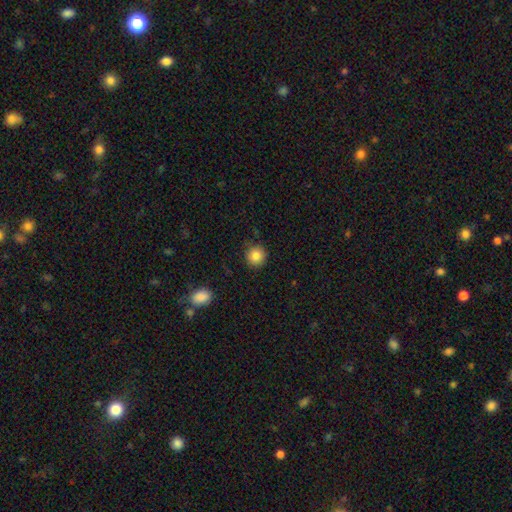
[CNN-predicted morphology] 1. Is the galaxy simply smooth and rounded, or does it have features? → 84% smooth, 10% star or artifact, 6% featured or disk.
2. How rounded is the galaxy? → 93% round, 6% in between, 1% cigar-shaped.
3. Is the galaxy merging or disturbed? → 88% none, 9% minor disturbance, 2% major disturbance, 1% merger.